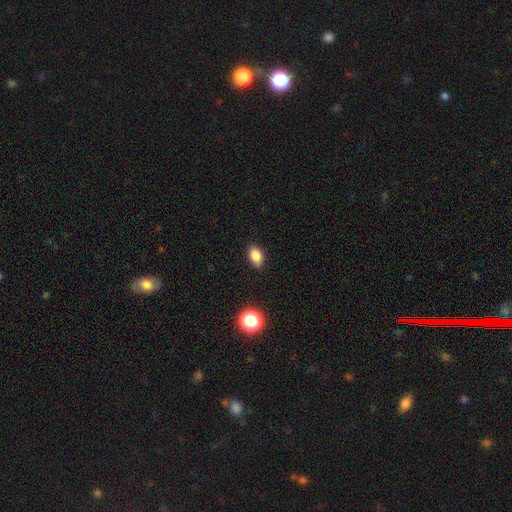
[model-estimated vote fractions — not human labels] Smooth or featured? smooth (84%)
How rounded? in between (83%)
Merging? none (85%)